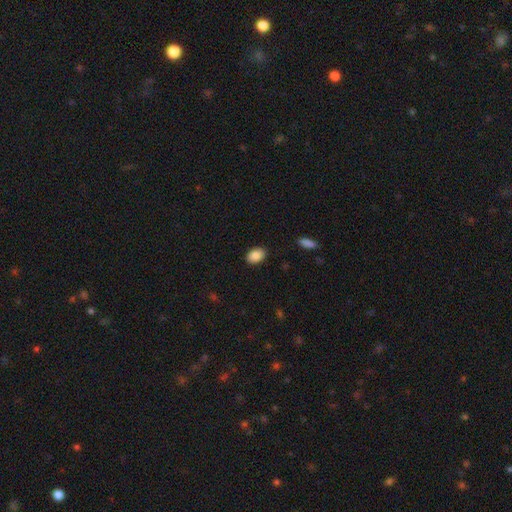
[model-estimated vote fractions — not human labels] Smooth or featured? smooth (87%)
How rounded? in between (84%)
Merging? none (87%)